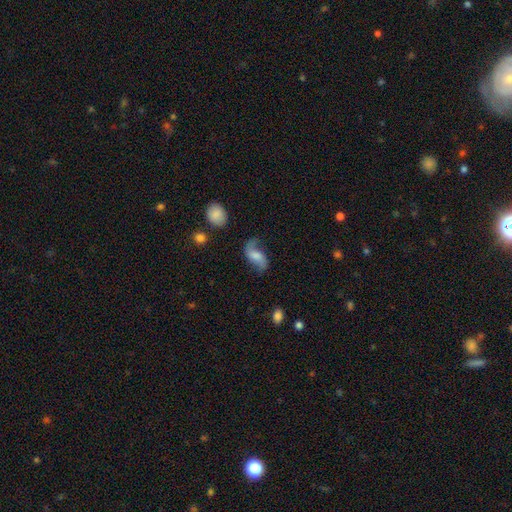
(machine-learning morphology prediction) A featured or disk galaxy (70%) with no bar (44%), 2 (89%) loose (78%) spiral arms (93%) and a moderate central bulge (37%). Merging: none (63%).